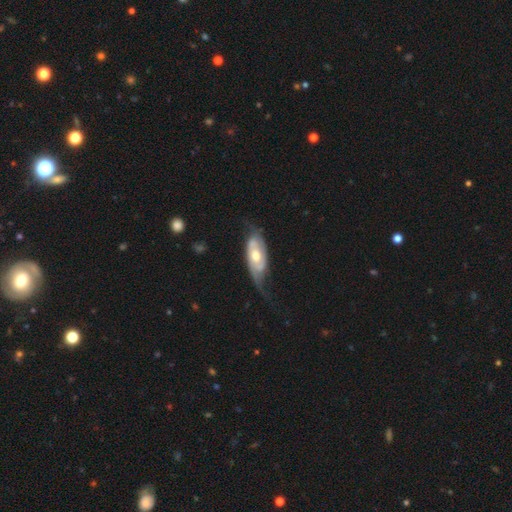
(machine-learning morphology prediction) A featured or disk galaxy (71%) with no bar (67%), 2 (65%) medium (36%) spiral arms (82%) and a moderate central bulge (72%).

Vote fractions:
- Smooth or featured? featured or disk: 71% / smooth: 24% / star or artifact: 5%
- Edge-on disk? no: 88% / yes: 12%
- Bar? no: 67% / weak: 25% / strong: 8%
- Spiral arms? yes: 82% / no: 18%
- Spiral winding? medium: 36% / tight: 35% / loose: 29%
- Spiral arm count? 2: 65% / can't tell: 20% / 1: 10% / 3: 3% / 4: 1% / more than 4: 1%
- Bulge size? moderate: 72% / small: 16% / large: 9% / none: 1% / dominant: 1%
- Merging? none: 46% / minor disturbance: 29% / major disturbance: 23% / merger: 2%